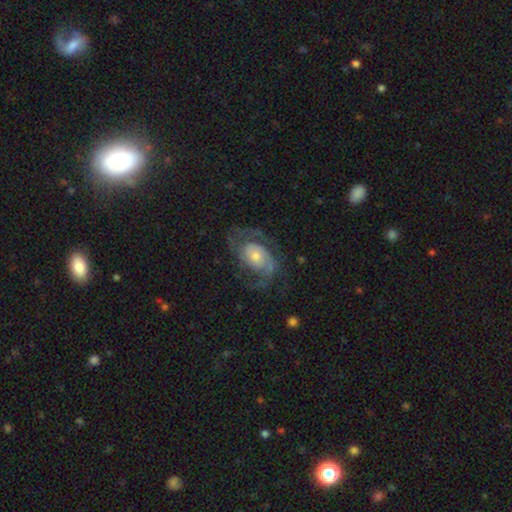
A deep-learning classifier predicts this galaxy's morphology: Smooth or featured?
  - featured or disk: 82% *
  - smooth: 11%
  - star or artifact: 6%
Edge-on disk?
  - no: 97% *
  - yes: 3%
Bar?
  - no: 70% *
  - weak: 24%
  - strong: 6%
Spiral arms?
  - yes: 93% *
  - no: 7%
Spiral winding?
  - medium: 48% *
  - tight: 31%
  - loose: 21%
Spiral arm count?
  - 2: 70% *
  - can't tell: 11%
  - 3: 9%
  - 1: 4%
  - 4: 3%
  - more than 4: 2%
Bulge size?
  - moderate: 46% *
  - small: 43%
  - large: 7%
  - none: 2%
  - dominant: 1%
Merging?
  - none: 65% *
  - minor disturbance: 17%
  - major disturbance: 17%
  - merger: 1%